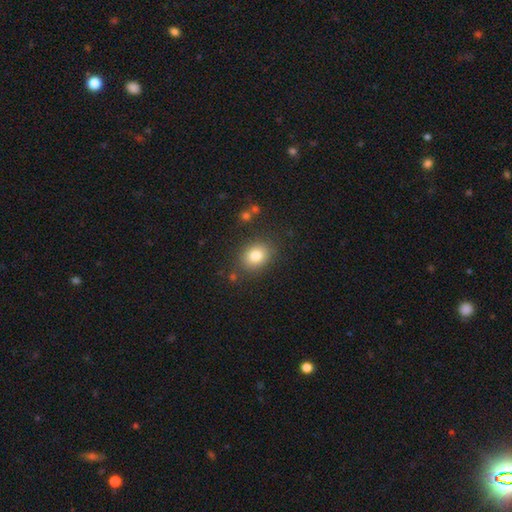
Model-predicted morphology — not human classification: Smooth or featured: smooth — 81% (star or artifact — 10%)
How rounded: in between — 50% (round — 49%)
Merging: none — 82% (minor disturbance — 11%)